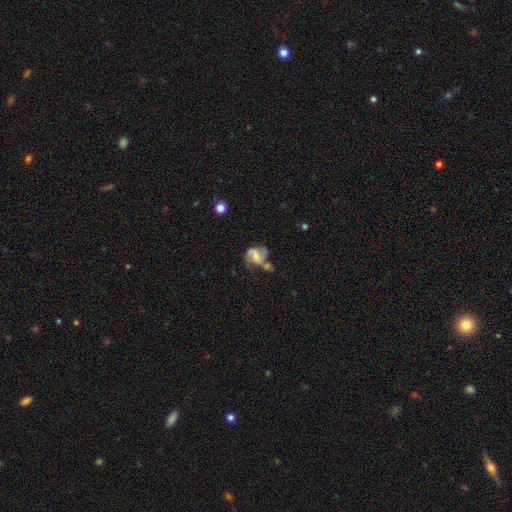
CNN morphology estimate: Q: Smooth or featured?
A: featured or disk (72%); runner-up: smooth (20%)
Q: Edge-on disk?
A: no (98%); runner-up: yes (2%)
Q: Bar?
A: weak (44%); runner-up: no (37%)
Q: Spiral arms?
A: yes (89%); runner-up: no (11%)
Q: Spiral winding?
A: medium (46%); runner-up: loose (36%)
Q: Spiral arm count?
A: 2 (81%); runner-up: can't tell (7%)
Q: Bulge size?
A: small (41%); runner-up: moderate (31%)
Q: Merging?
A: none (40%); runner-up: merger (23%)